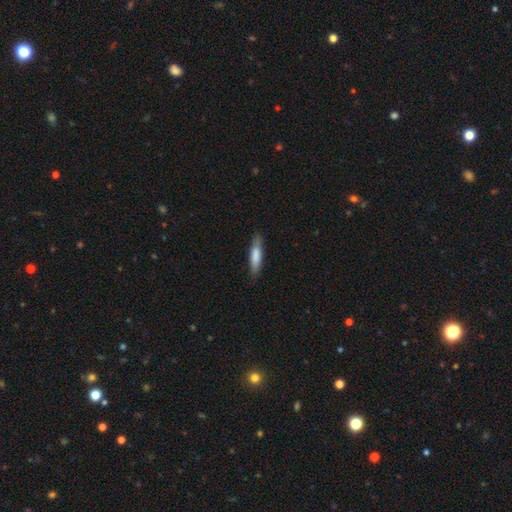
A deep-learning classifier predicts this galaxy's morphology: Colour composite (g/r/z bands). It shows a smooth galaxy with no disk features (76%) that is cigar-shaped (75%). Merging: none (82%).